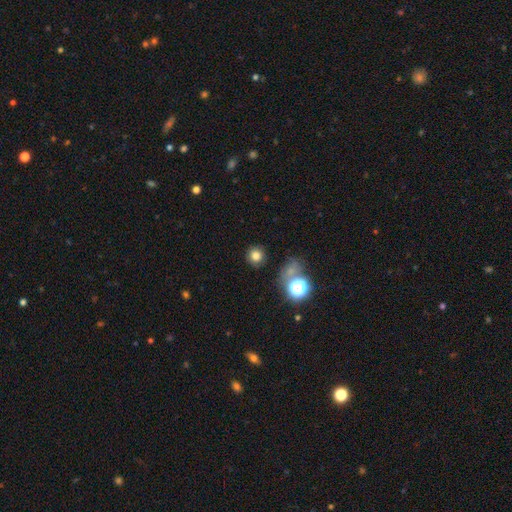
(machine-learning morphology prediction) The model was most divided on "smooth or featured": smooth: 77%, star or artifact: 16%, featured or disk: 6%. More confident: how rounded — round (92%); merging — none (85%).